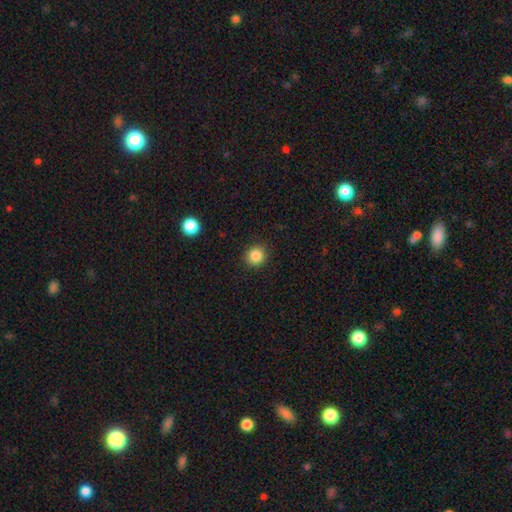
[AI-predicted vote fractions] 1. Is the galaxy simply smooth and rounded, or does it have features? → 85% smooth, 11% star or artifact, 4% featured or disk.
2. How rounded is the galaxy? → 91% round, 8% in between, 1% cigar-shaped.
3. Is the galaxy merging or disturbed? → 91% none, 6% minor disturbance, 2% major disturbance, 1% merger.